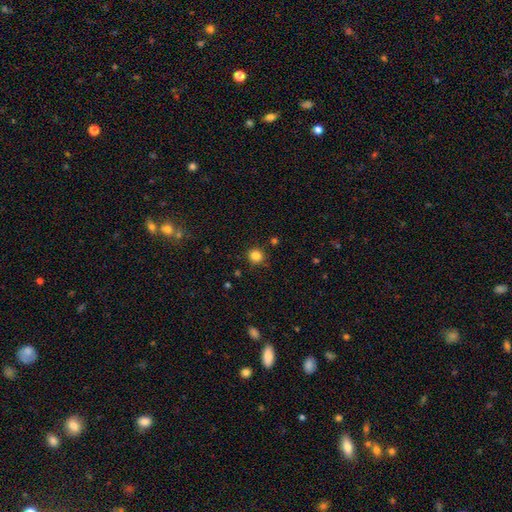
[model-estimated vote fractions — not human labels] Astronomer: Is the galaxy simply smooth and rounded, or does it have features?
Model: smooth — 84%.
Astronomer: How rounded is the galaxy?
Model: round — 92%.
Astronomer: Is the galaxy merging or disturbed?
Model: none — 88%.